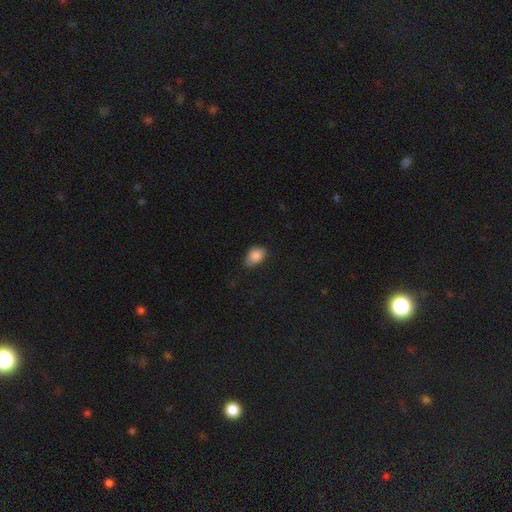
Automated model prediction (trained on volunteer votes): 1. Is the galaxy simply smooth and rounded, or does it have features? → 86% smooth, 8% star or artifact, 5% featured or disk.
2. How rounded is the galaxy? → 82% in between, 17% round, 1% cigar-shaped.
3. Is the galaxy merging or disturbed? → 62% none, 32% minor disturbance, 5% major disturbance, 1% merger.